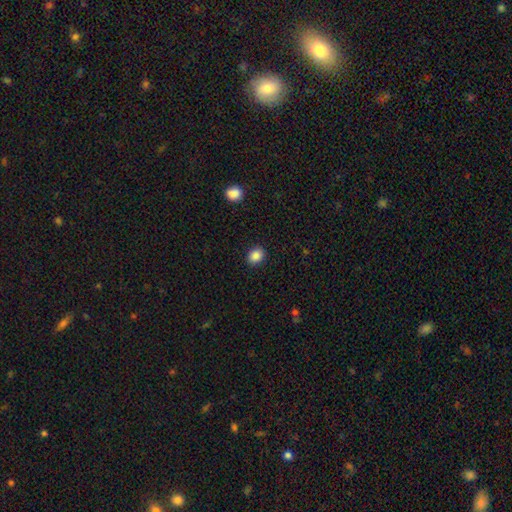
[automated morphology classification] This is clearly a smooth galaxy (88%). How rounded: possibly in between (51%). Merging: clearly none (90%).